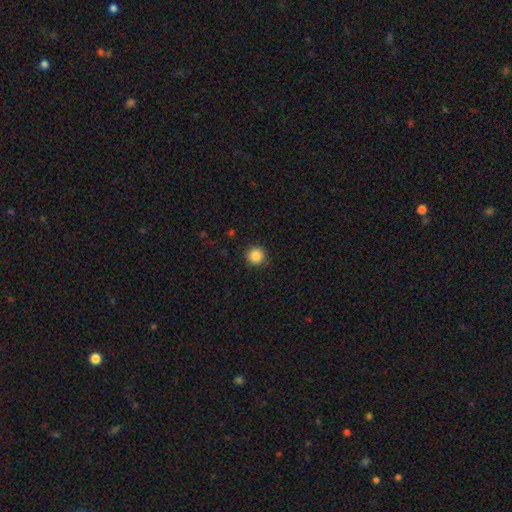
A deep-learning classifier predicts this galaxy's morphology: smooth 86%, star or artifact 10%, featured or disk 4%. Down the decision tree: how rounded — round (95%); merging — none (91%).